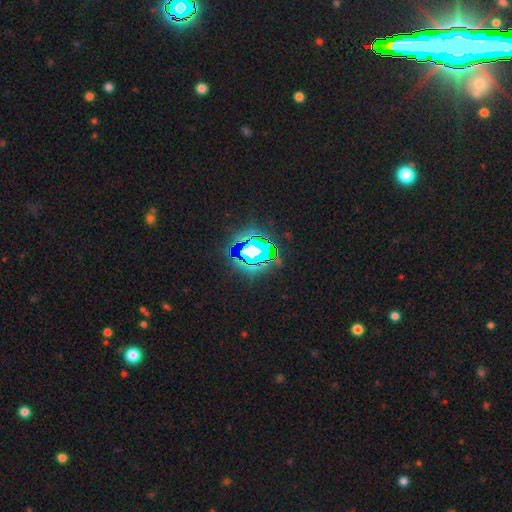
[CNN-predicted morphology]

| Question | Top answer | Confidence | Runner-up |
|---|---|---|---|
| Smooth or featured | star or artifact | 79% | smooth (12%) |